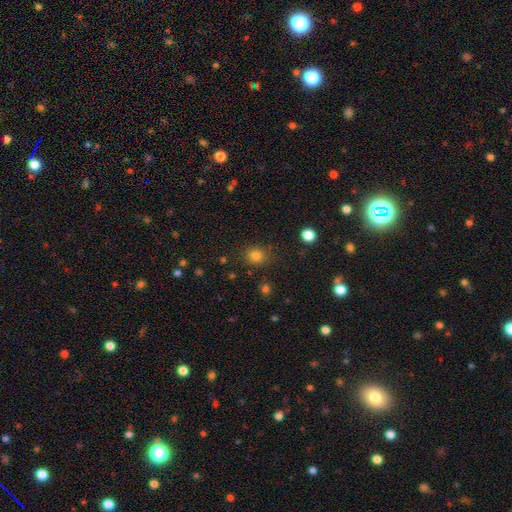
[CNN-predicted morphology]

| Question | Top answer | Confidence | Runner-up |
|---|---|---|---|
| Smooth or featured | smooth | 81% | star or artifact (14%) |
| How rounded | round | 80% | in between (19%) |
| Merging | none | 84% | minor disturbance (10%) |